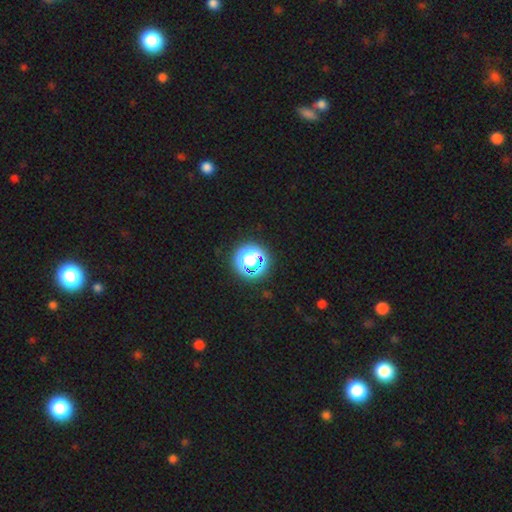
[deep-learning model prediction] smooth_or_featured: star or artifact (p=0.51) [alt: smooth p=0.38]